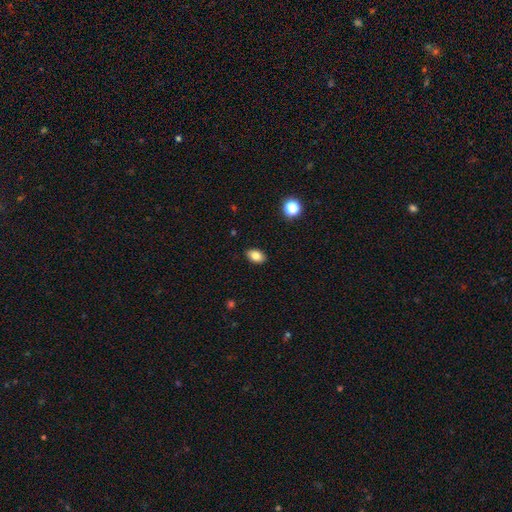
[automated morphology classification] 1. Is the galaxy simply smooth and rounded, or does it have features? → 83% smooth, 9% star or artifact, 8% featured or disk.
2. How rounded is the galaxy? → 85% in between, 14% round, 1% cigar-shaped.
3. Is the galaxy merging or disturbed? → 89% none, 8% minor disturbance, 2% major disturbance, 1% merger.